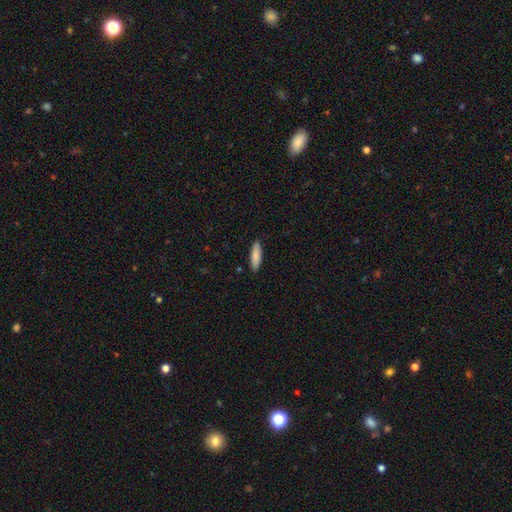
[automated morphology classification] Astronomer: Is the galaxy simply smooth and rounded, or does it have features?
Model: smooth — 84%.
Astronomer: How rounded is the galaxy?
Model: cigar-shaped — 61% (runner-up: in between, 37%).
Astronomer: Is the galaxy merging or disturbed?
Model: none — 90%.